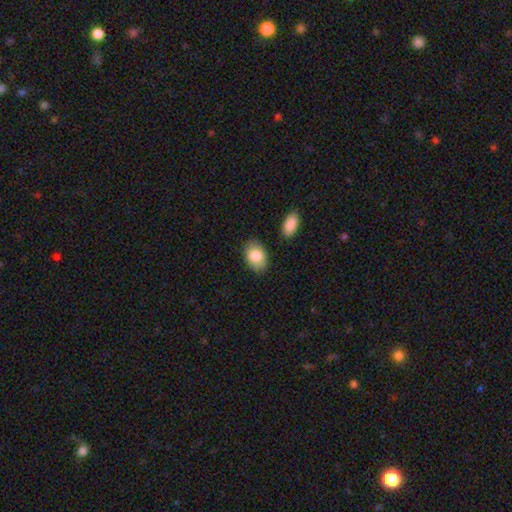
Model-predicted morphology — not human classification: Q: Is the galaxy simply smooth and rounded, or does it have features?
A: smooth — 85%.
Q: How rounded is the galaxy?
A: in between — 86%.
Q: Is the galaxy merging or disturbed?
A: none — 81%.